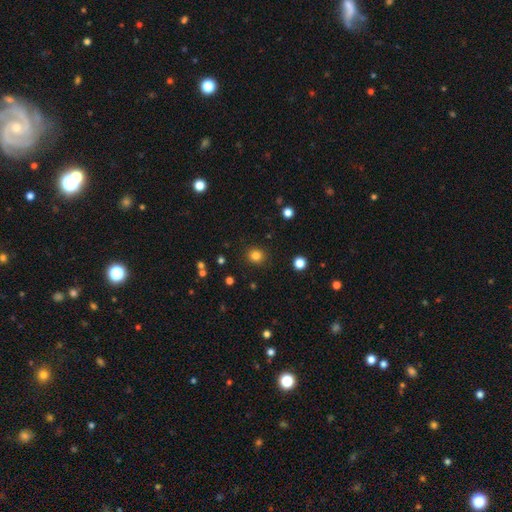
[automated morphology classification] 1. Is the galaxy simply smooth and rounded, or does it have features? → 82% smooth, 13% star or artifact, 5% featured or disk.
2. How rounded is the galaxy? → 89% round, 10% in between, 1% cigar-shaped.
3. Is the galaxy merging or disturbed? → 90% none, 6% minor disturbance, 2% major disturbance, 1% merger.